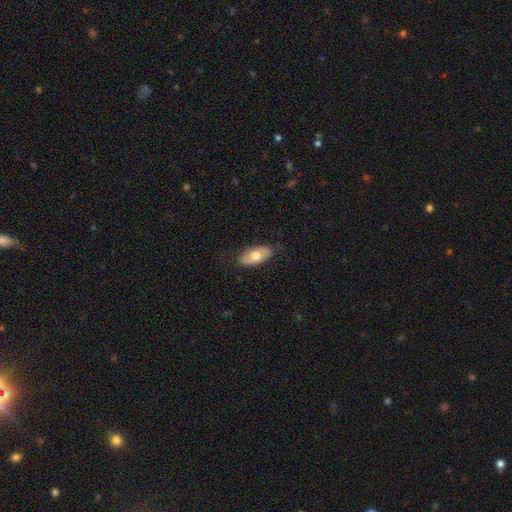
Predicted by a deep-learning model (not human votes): A smooth galaxy with no disk features (69%) that is in between round and cigar-shaped (91%).

Vote fractions:
- Smooth or featured? smooth: 69% / featured or disk: 25% / star or artifact: 6%
- How rounded? in between: 91% / cigar-shaped: 6% / round: 3%
- Merging? none: 82% / minor disturbance: 14% / major disturbance: 3% / merger: 1%